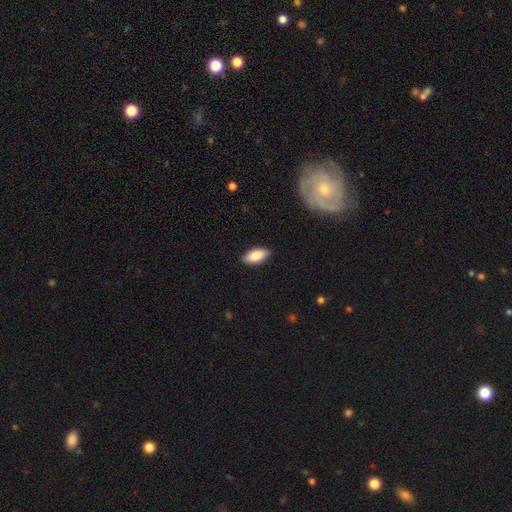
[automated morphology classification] Overall: smooth (85%). How rounded: in between (88%). Merging: none (89%).